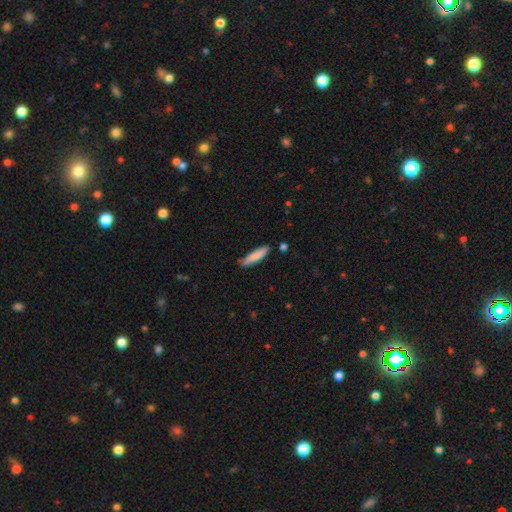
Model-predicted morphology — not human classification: Smooth or featured?
  - smooth: 82% *
  - featured or disk: 12%
  - star or artifact: 6%
How rounded?
  - cigar-shaped: 80% *
  - in between: 19%
  - round: 1%
Merging?
  - none: 80% *
  - minor disturbance: 15%
  - merger: 3%
  - major disturbance: 2%